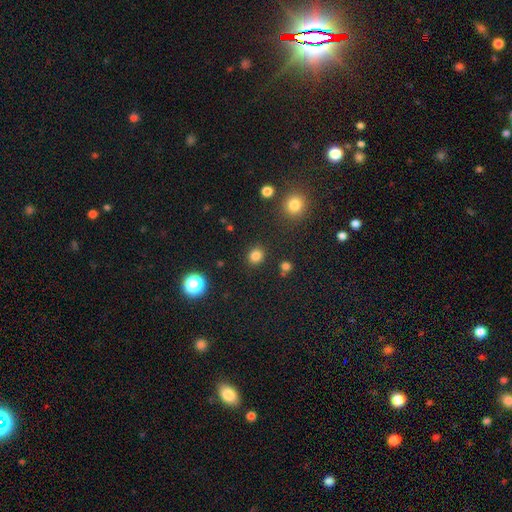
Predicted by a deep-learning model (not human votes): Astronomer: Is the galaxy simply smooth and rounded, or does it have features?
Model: smooth — 81%.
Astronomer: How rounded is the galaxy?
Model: round — 82%.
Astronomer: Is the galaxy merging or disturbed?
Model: none — 88%.